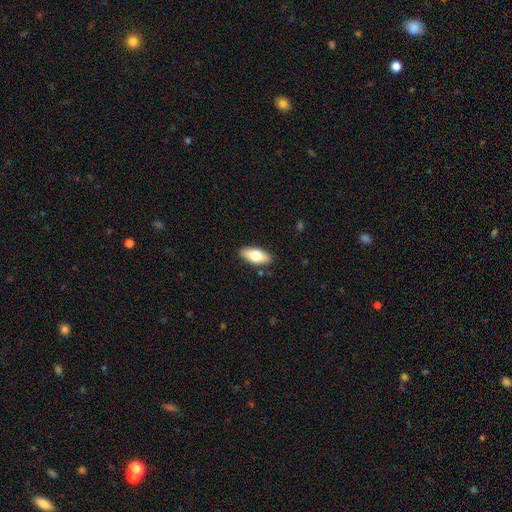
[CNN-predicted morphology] The model was most divided on "smooth or featured": smooth: 71%, featured or disk: 22%, star or artifact: 6%. More confident: merging — none (88%); how rounded — in between (85%).